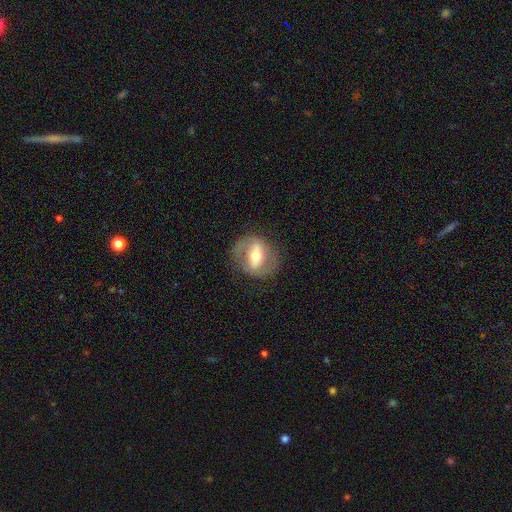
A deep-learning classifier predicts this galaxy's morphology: smooth-or-featured: featured or disk: 66% | smooth: 28% | star or artifact: 6%
  disk-edge-on: no: 90% | yes: 10%
    bar: strong: 53% | weak: 30% | no: 17%
    has-spiral-arms: yes: 52% | no: 48%
    bulge-size: moderate: 68% | small: 17% | large: 13% | dominant: 1% | none: 1%
  merging: none: 76% | minor disturbance: 14% | major disturbance: 8% | merger: 1%